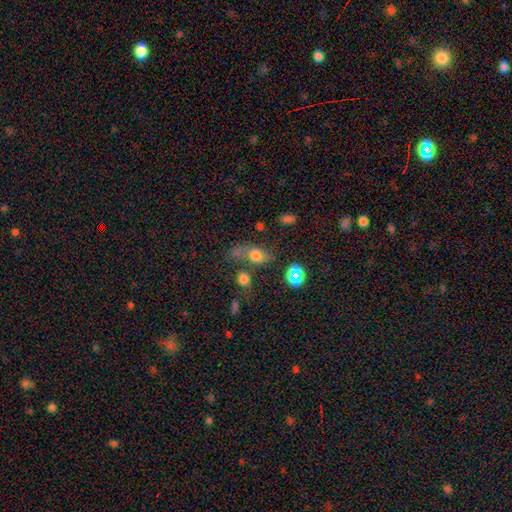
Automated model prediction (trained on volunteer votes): The model was most divided on "how rounded": in between: 52%, round: 41%, cigar-shaped: 7%. Remaining: smooth or featured — smooth (63%); merging — none (47%).